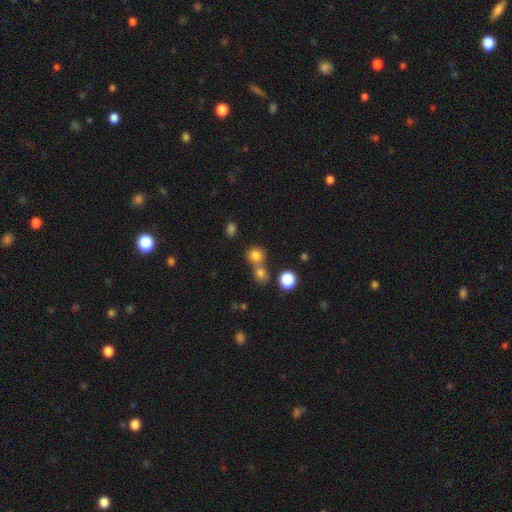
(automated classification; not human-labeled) Q: Smooth or featured?
A: smooth (78%); runner-up: star or artifact (15%)
Q: How rounded?
A: round (84%); runner-up: in between (15%)
Q: Merging?
A: none (49%); runner-up: merger (41%)